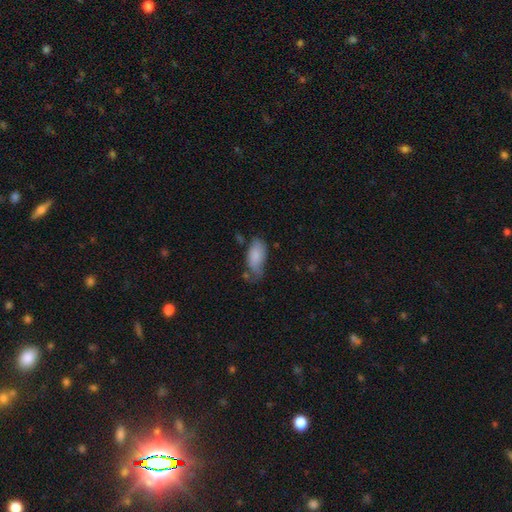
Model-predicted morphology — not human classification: smooth 83%, featured or disk 11%, star or artifact 7%. Down the decision tree: how rounded — in between (92%); merging — none (44%).